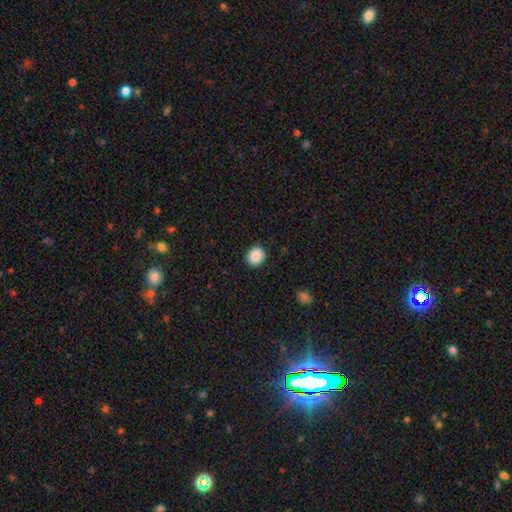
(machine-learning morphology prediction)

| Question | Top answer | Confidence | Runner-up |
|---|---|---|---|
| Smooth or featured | smooth | 89% | star or artifact (8%) |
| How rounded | round | 75% | in between (24%) |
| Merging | none | 91% | minor disturbance (6%) |